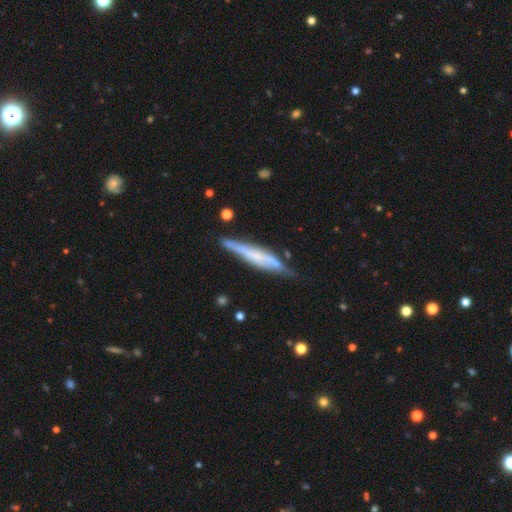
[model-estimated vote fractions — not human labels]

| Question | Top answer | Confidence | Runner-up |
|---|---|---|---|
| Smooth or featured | featured or disk | 61% | smooth (33%) |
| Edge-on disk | yes | 90% | no (10%) |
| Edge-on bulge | none | 41% | rounded (33%) |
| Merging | none | 71% | minor disturbance (22%) |